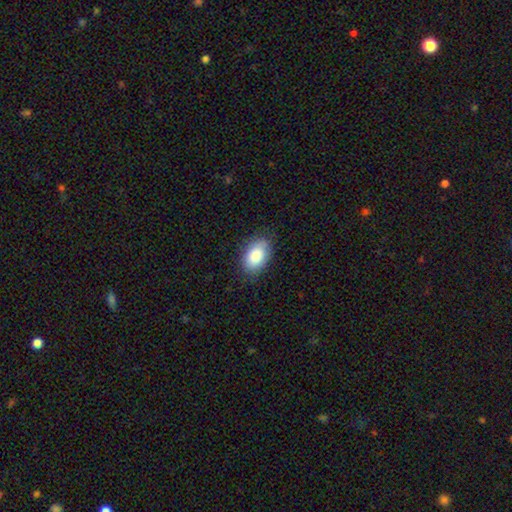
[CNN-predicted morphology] smooth-or-featured: smooth: 85% | featured or disk: 8% | star or artifact: 7%
  how-rounded: in between: 91% | round: 7% | cigar-shaped: 1%
  merging: none: 82% | minor disturbance: 14% | major disturbance: 3% | merger: 1%